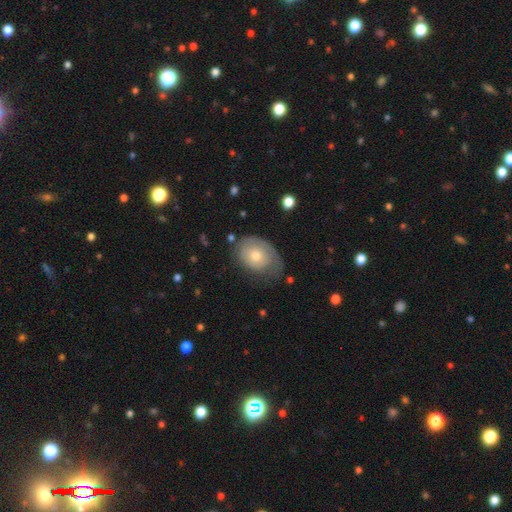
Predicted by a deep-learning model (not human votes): Q: Smooth or featured?
A: smooth (49%); runner-up: featured or disk (43%)
Q: Merging?
A: none (51%); runner-up: minor disturbance (31%)